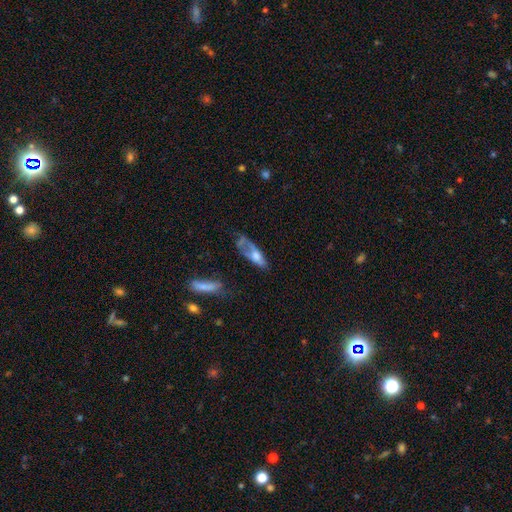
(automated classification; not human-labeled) Smooth or featured?
  - smooth: 52% *
  - featured or disk: 40%
  - star or artifact: 8%
How rounded?
  - in between: 61% *
  - cigar-shaped: 35%
  - round: 3%
Merging?
  - major disturbance: 42% *
  - none: 25%
  - minor disturbance: 24%
  - merger: 9%